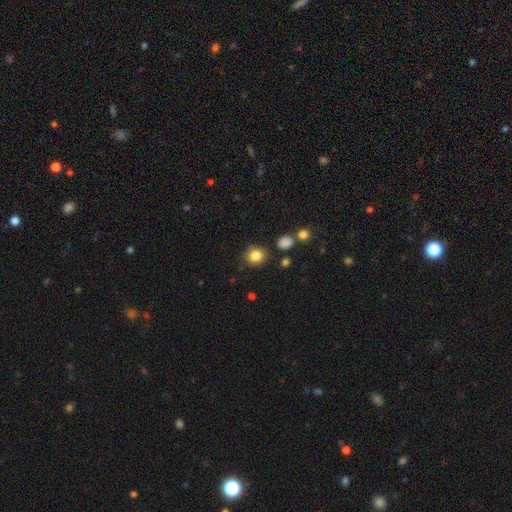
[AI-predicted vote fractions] Smooth or featured? Predicted: smooth (p=0.84). How rounded? Predicted: round (p=0.81). Merging? Predicted: none (p=0.82).